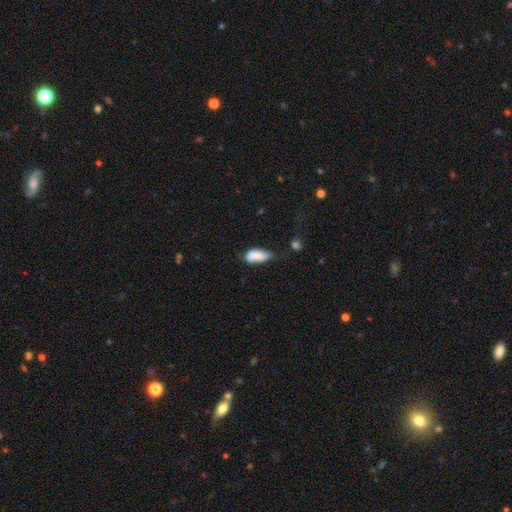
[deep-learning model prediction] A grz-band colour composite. It shows a smooth galaxy with no disk features (74%) that is in between round and cigar-shaped (83%). Merging: minor disturbance (36%).